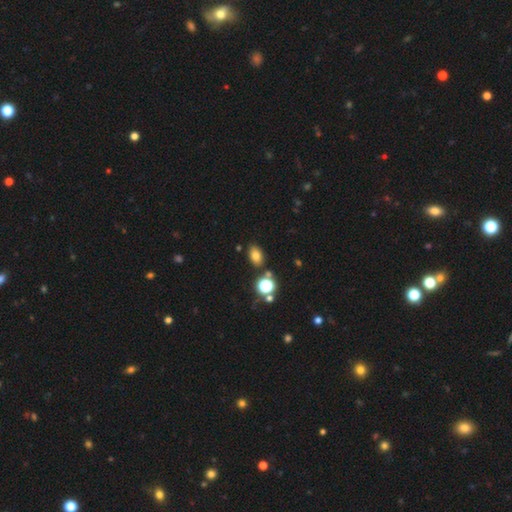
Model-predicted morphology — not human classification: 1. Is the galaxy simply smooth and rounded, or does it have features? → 76% smooth, 16% star or artifact, 8% featured or disk.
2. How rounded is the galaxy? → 80% in between, 19% round, 1% cigar-shaped.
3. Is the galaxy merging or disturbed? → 80% none, 10% minor disturbance, 6% merger, 3% major disturbance.